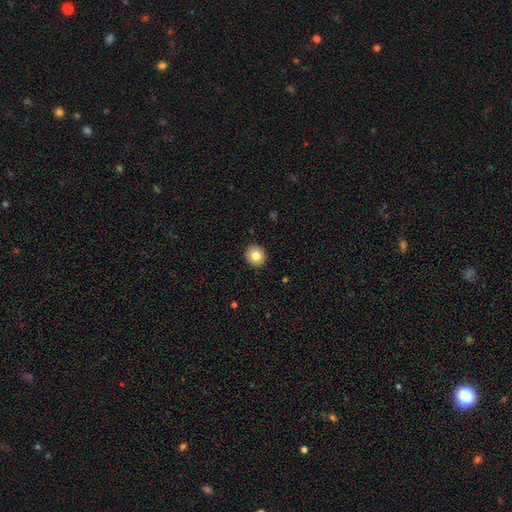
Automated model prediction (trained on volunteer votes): The model was most divided on "smooth or featured": smooth: 82%, star or artifact: 9%, featured or disk: 9%. More confident: merging — none (92%); how rounded — round (89%).